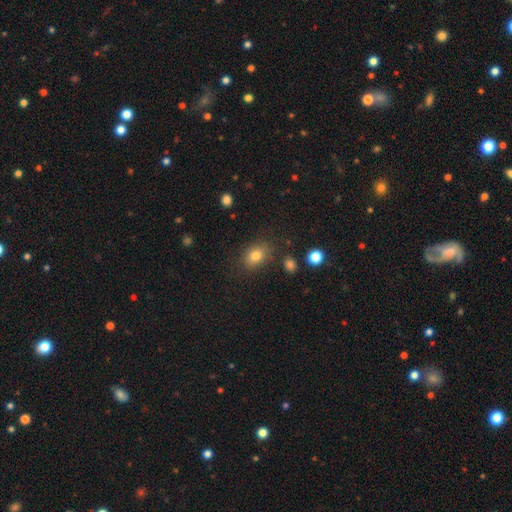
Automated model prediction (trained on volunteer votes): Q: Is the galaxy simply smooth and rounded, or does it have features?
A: smooth — 79%.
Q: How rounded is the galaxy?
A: in between — 66%.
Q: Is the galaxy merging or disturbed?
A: none — 80%.